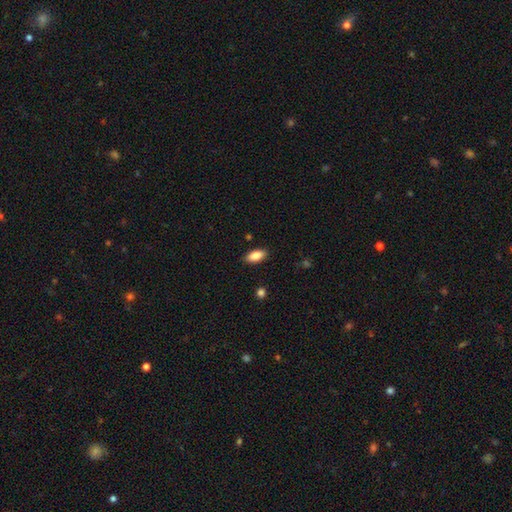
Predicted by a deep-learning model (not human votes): smooth_or_featured: smooth (p=0.83) [alt: featured or disk p=0.10]
how_rounded: in between (p=0.89) [alt: cigar-shaped p=0.08]
merging: none (p=0.88) [alt: minor disturbance p=0.09]